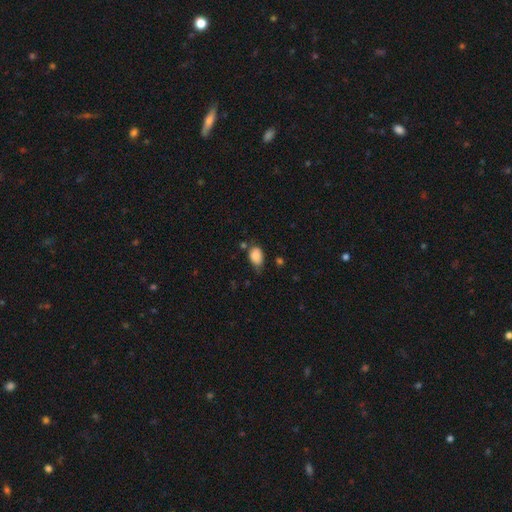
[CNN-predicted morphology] Smooth or featured? smooth (87%)
How rounded? in between (83%)
Merging? none (55%)